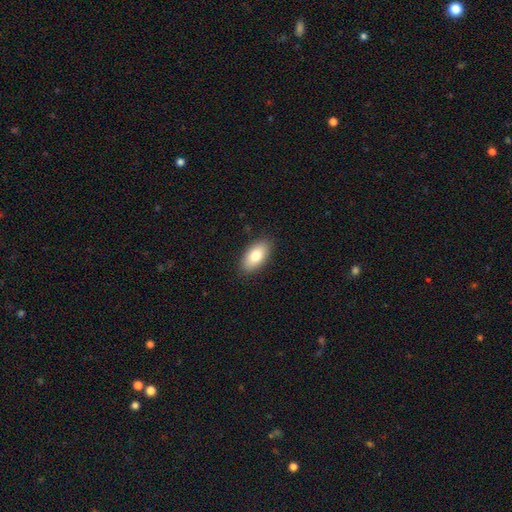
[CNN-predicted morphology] smooth-or-featured: smooth: 79% | featured or disk: 14% | star or artifact: 7%
  how-rounded: in between: 92% | round: 4% | cigar-shaped: 4%
  merging: none: 88% | minor disturbance: 9% | major disturbance: 2% | merger: 1%